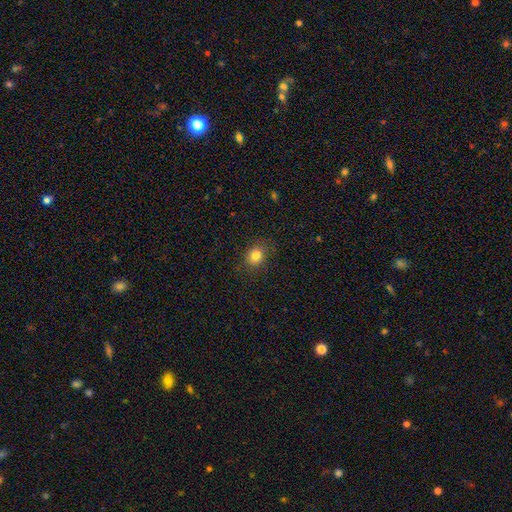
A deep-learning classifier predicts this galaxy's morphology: A smooth galaxy with no disk features (82%) that is round (55%).

Vote fractions:
- Smooth or featured? smooth: 82% / star or artifact: 12% / featured or disk: 7%
- How rounded? round: 55% / in between: 44% / cigar-shaped: 1%
- Merging? none: 84% / minor disturbance: 12% / major disturbance: 3% / merger: 1%